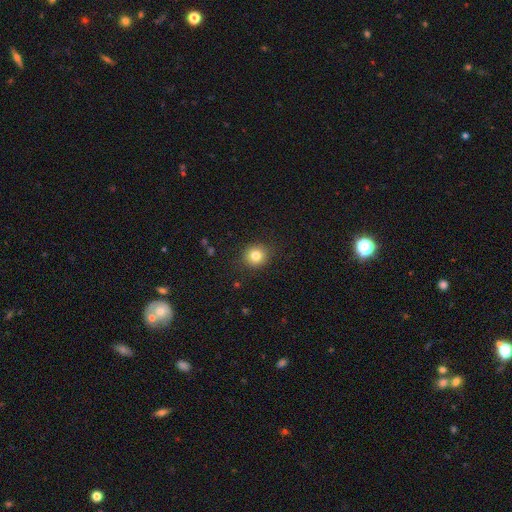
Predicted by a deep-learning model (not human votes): smooth-or-featured: smooth: 82% | star or artifact: 11% | featured or disk: 7%
  how-rounded: round: 89% | in between: 10% | cigar-shaped: 1%
  merging: none: 89% | minor disturbance: 7% | major disturbance: 2% | merger: 1%